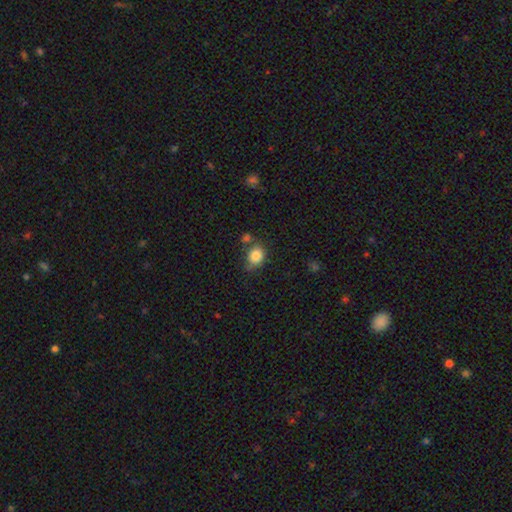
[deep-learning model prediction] smooth_or_featured: smooth (p=0.84) [alt: star or artifact p=0.09]
how_rounded: round (p=0.53) [alt: in between p=0.46]
merging: none (p=0.61) [alt: minor disturbance p=0.19]